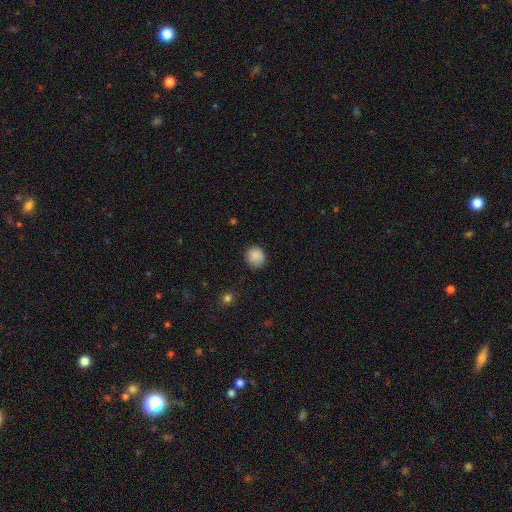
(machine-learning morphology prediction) The model was most divided on "merging": none: 86%, minor disturbance: 10%, major disturbance: 3%, merger: 1%. More confident: how rounded — round (90%); smooth or featured — smooth (88%).